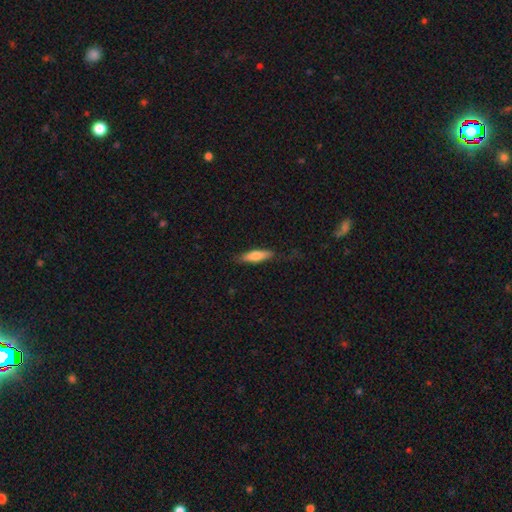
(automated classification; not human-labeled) This is likely a smooth galaxy (74%). How rounded: likely cigar-shaped (63%). Merging: likely none (77%).